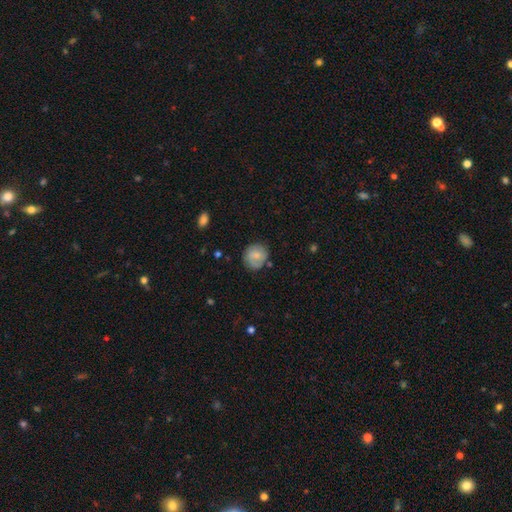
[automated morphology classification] Smooth or featured?
  - smooth: 67% *
  - featured or disk: 26%
  - star or artifact: 7%
How rounded?
  - round: 84% *
  - in between: 15%
  - cigar-shaped: 1%
Merging?
  - none: 75% *
  - minor disturbance: 18%
  - major disturbance: 5%
  - merger: 2%